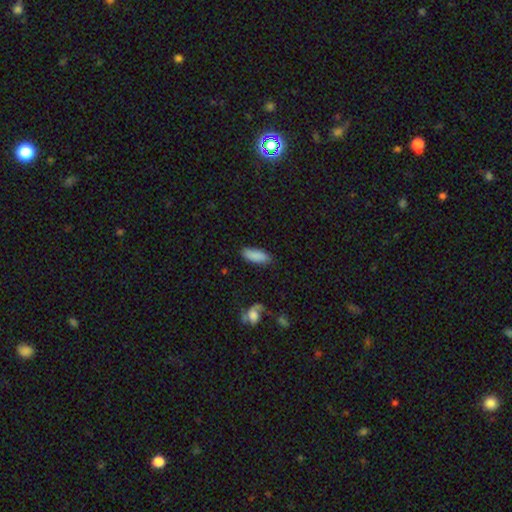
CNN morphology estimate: Smooth or featured? smooth (87%)
How rounded? in between (73%)
Merging? none (83%)